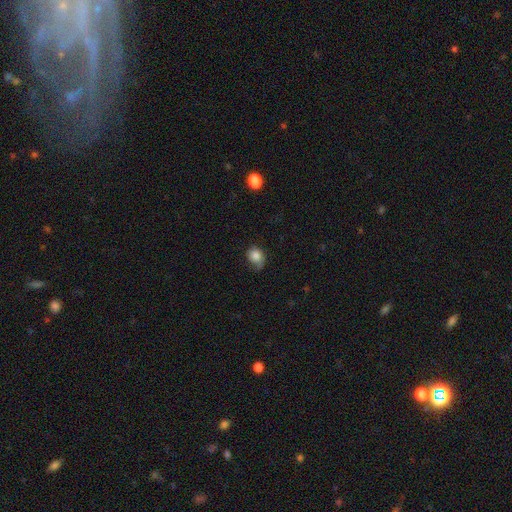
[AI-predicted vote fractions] Morphology: type=smooth (77%); roundness=round (54%); merging=none (45%).